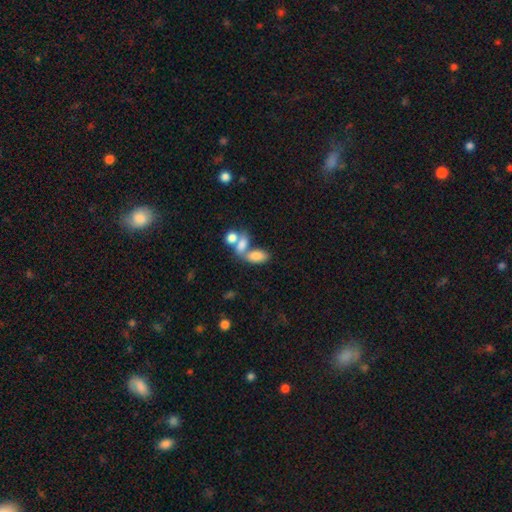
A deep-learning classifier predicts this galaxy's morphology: Smooth or featured? smooth (78%)
How rounded? in between (89%)
Merging? merger (52%)